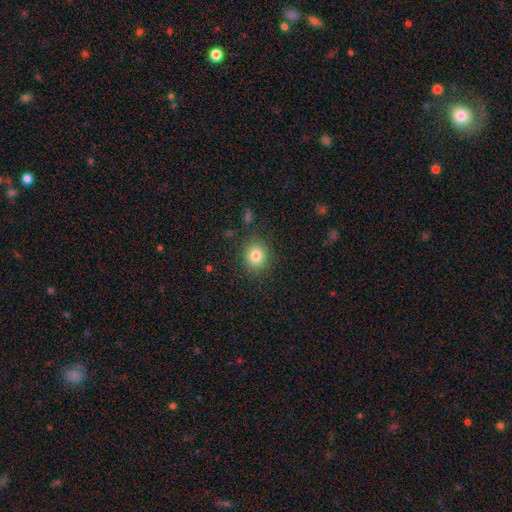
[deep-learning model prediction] Smooth or featured? Predicted: smooth (p=0.82). How rounded? Predicted: round (p=0.75). Merging? Predicted: none (p=0.85).